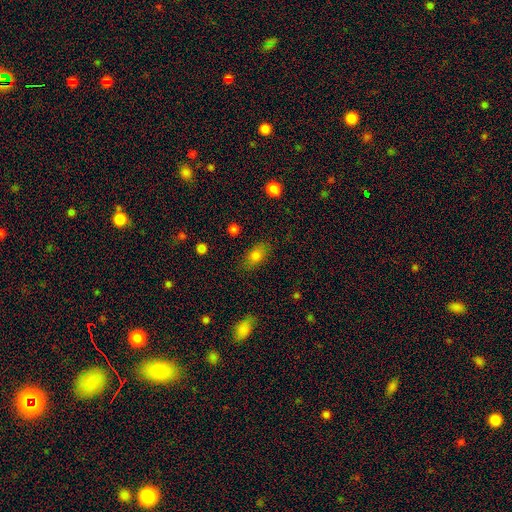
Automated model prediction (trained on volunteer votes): This appears to be a smooth galaxy with no disk features (78%) that is in between round and cigar-shaped (83%). Merging: none (81%).